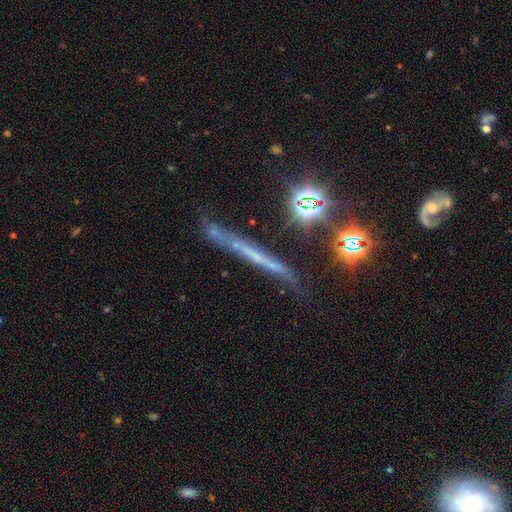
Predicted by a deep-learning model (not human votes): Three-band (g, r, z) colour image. It shows a featured or disk galaxy (49%). Merging: none (67%).